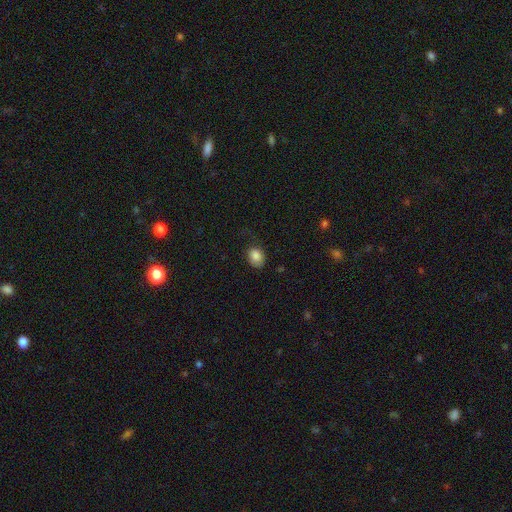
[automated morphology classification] Smooth or featured?
  - smooth: 84% *
  - star or artifact: 8%
  - featured or disk: 7%
How rounded?
  - in between: 69% *
  - round: 30%
  - cigar-shaped: 1%
Merging?
  - none: 62% *
  - minor disturbance: 26%
  - major disturbance: 10%
  - merger: 1%